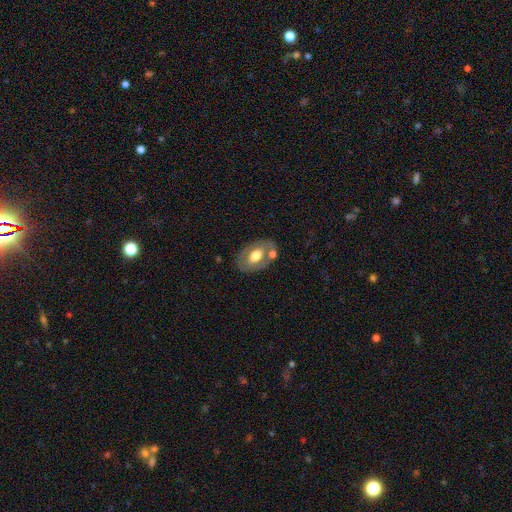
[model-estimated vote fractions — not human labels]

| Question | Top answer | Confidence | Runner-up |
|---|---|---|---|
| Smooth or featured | smooth | 50% | featured or disk (44%) |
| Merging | none | 61% | merger (17%) |